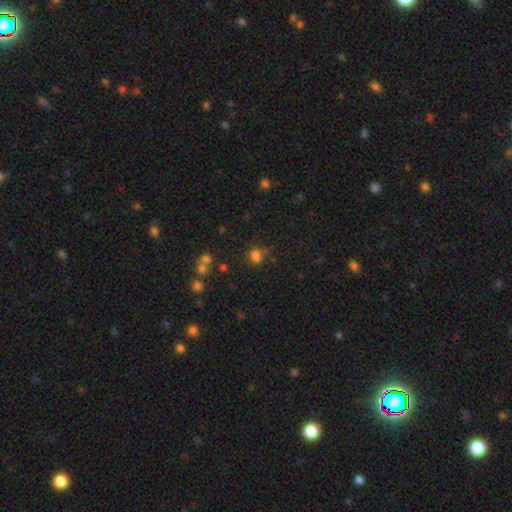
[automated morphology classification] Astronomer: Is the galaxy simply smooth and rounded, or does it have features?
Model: smooth — 74%.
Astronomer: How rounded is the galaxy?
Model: round — 58% (runner-up: in between, 41%).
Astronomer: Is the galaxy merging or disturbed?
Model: none — 60%.